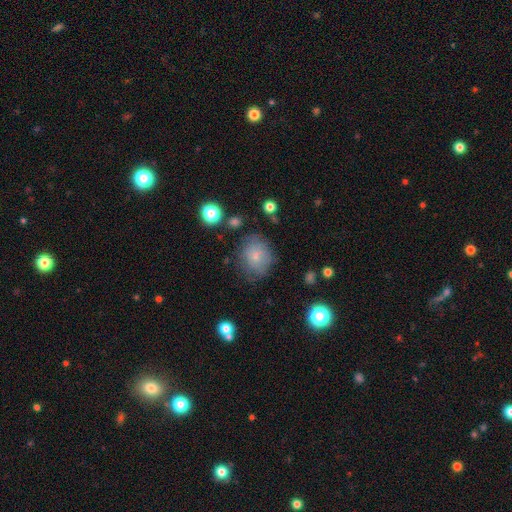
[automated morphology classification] Overall: smooth (72%). How rounded: round (59%; in between 40%). Merging: none (65%).